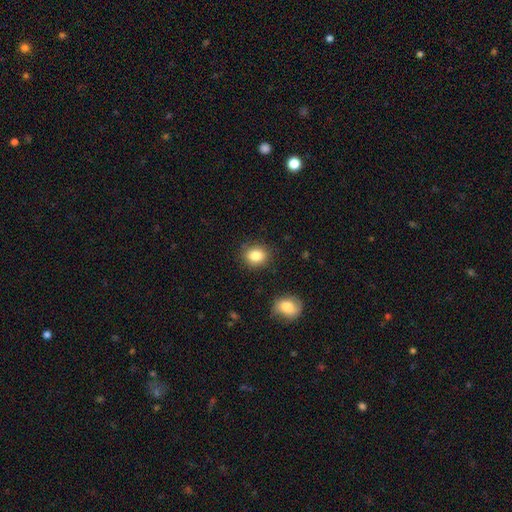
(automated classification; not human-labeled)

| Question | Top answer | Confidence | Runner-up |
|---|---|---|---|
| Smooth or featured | smooth | 85% | star or artifact (10%) |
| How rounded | round | 62% | in between (37%) |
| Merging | none | 86% | minor disturbance (10%) |